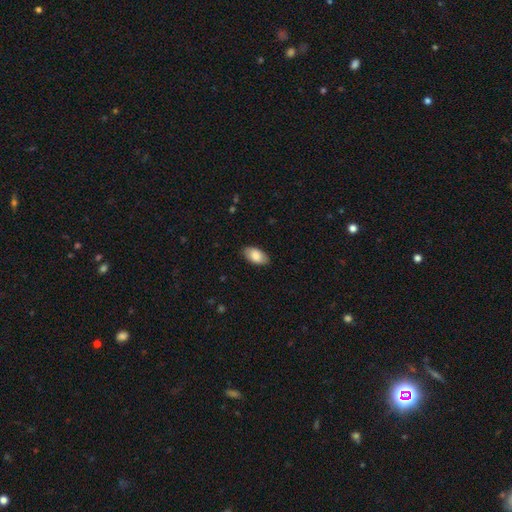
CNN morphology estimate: smooth-or-featured: smooth: 84% | featured or disk: 10% | star or artifact: 6%
  how-rounded: in between: 95% | round: 3% | cigar-shaped: 2%
  merging: none: 85% | minor disturbance: 11% | major disturbance: 2% | merger: 1%